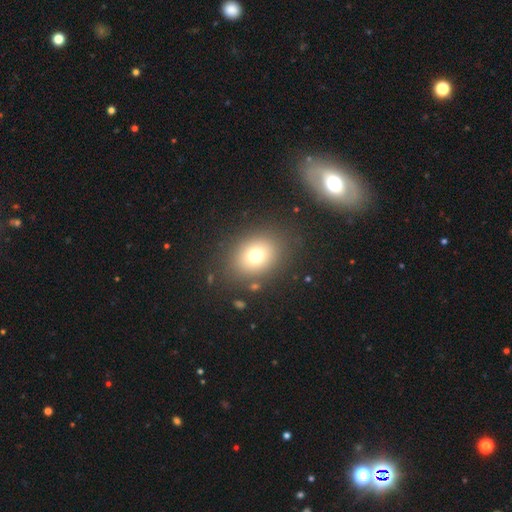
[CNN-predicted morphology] The model was most divided on "how rounded": round: 54%, in between: 45%, cigar-shaped: 1%. More confident: merging — none (83%); smooth or featured — smooth (73%).